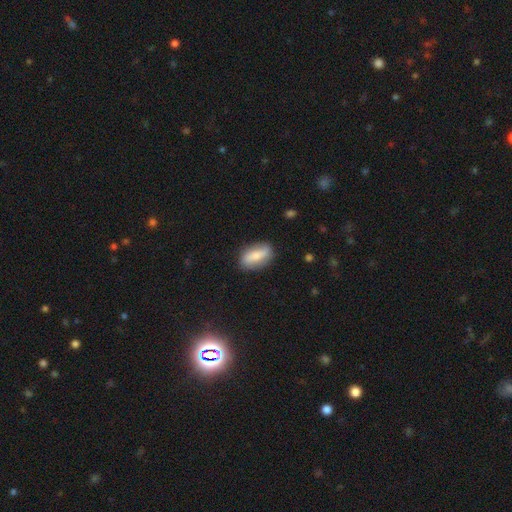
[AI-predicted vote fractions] A smooth galaxy with no disk features (64%) that is in between round and cigar-shaped (83%). Merging: none (82%).